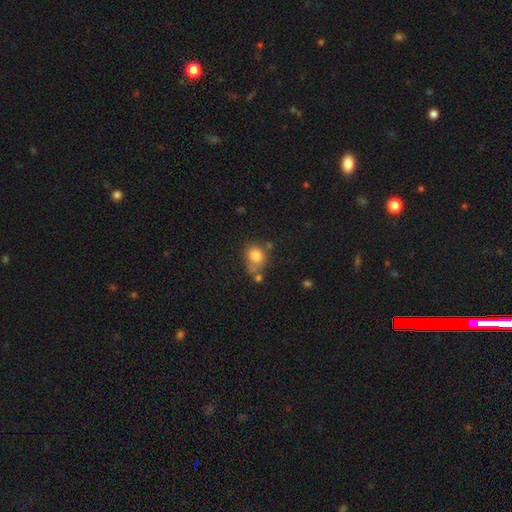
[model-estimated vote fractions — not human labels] Morphology: type=smooth (80%); roundness=round (71%); merging=none (49%).